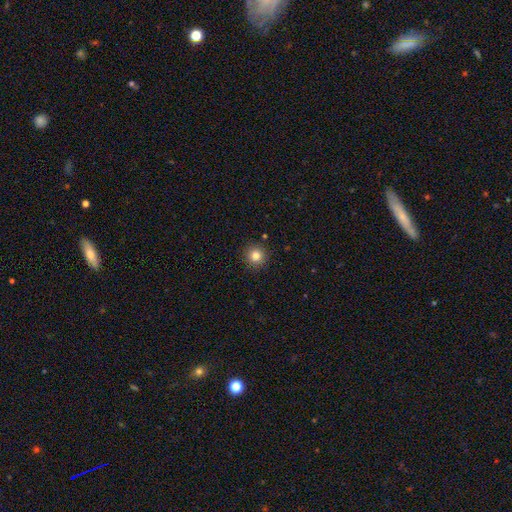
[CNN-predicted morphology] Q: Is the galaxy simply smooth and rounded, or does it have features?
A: smooth — 82%.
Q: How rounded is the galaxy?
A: round — 95%.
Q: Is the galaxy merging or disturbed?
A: none — 92%.